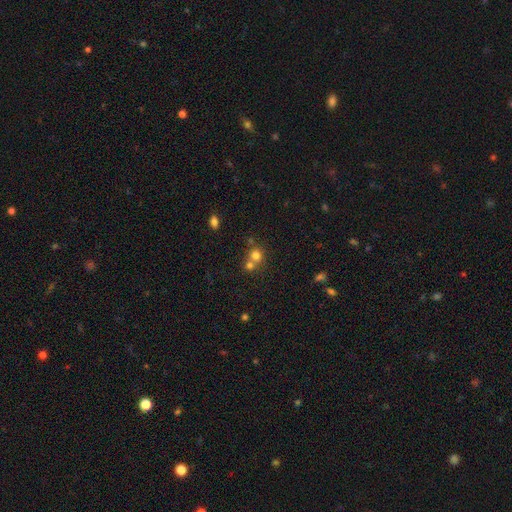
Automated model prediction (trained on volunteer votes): Smooth or featured: smooth — 73% (star or artifact — 16%)
How rounded: round — 85% (in between — 14%)
Merging: merger — 47% (none — 44%)